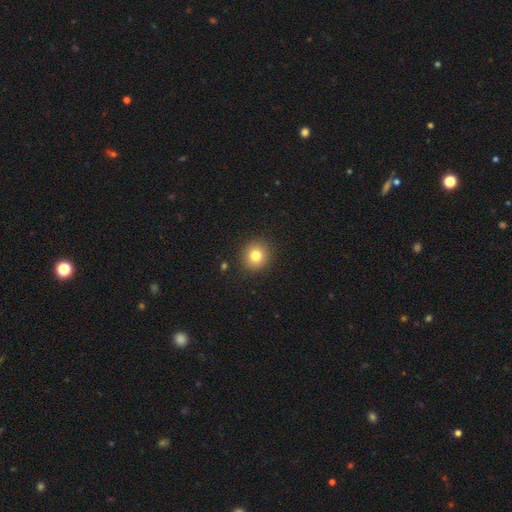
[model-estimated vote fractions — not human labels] smooth-or-featured: smooth: 81% | star or artifact: 11% | featured or disk: 8%
  how-rounded: round: 89% | in between: 10% | cigar-shaped: 1%
  merging: none: 90% | minor disturbance: 6% | major disturbance: 2% | merger: 1%